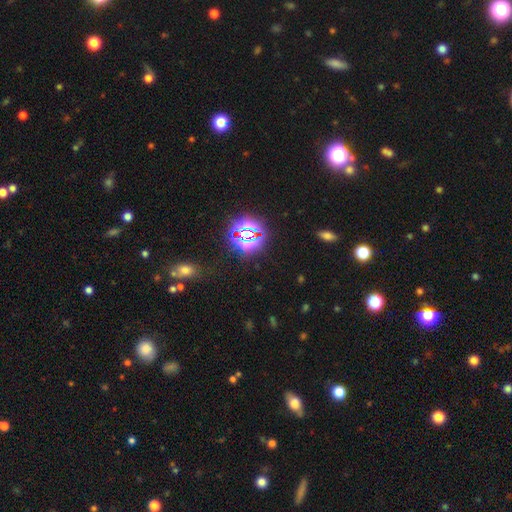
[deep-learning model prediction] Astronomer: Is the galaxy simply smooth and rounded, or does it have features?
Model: star or artifact — 75%.